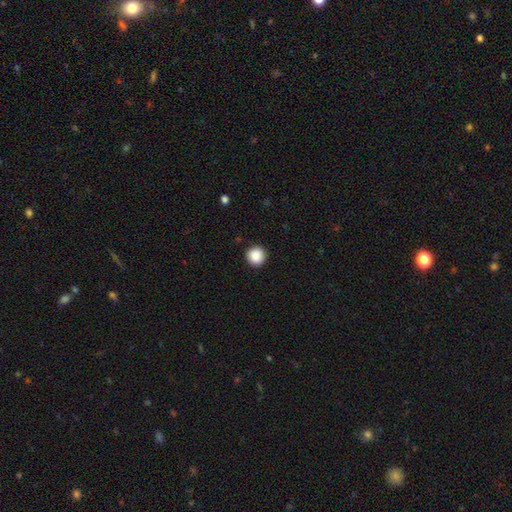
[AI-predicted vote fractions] Smooth or featured? Predicted: smooth (p=0.88). How rounded? Predicted: round (p=0.95). Merging? Predicted: none (p=0.92).